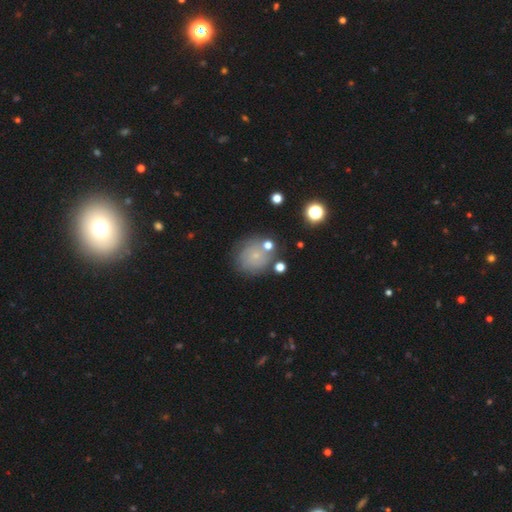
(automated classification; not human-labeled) smooth-or-featured: smooth: 46% | featured or disk: 38% | star or artifact: 15%
  merging: none: 69% | minor disturbance: 17% | major disturbance: 7% | merger: 7%